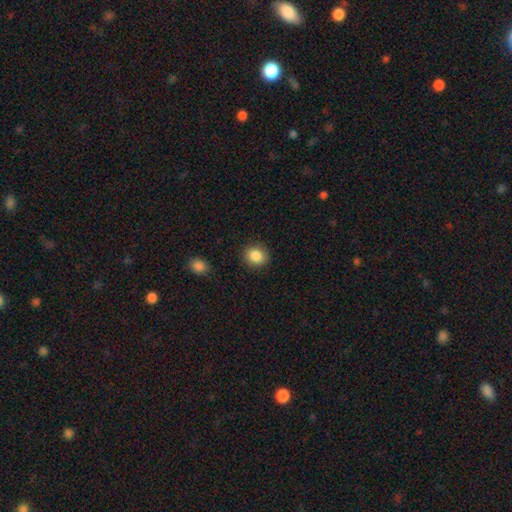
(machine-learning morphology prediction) This appears to be a smooth galaxy with no disk features (87%) that is round (75%). Merging: none (88%).